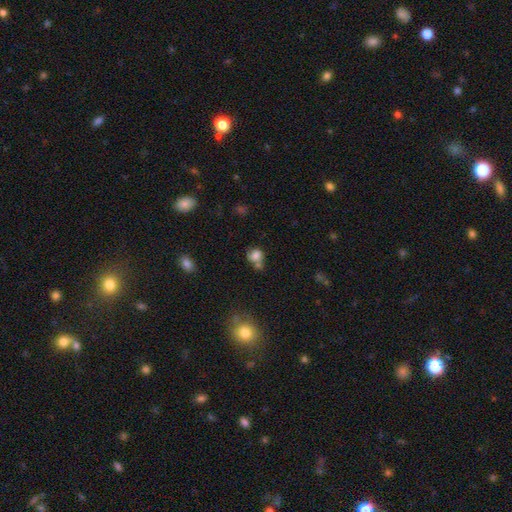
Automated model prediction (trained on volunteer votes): smooth 72%, featured or disk 15%, star or artifact 13%. Down the decision tree: how rounded — round (58%); merging — merger (36%).